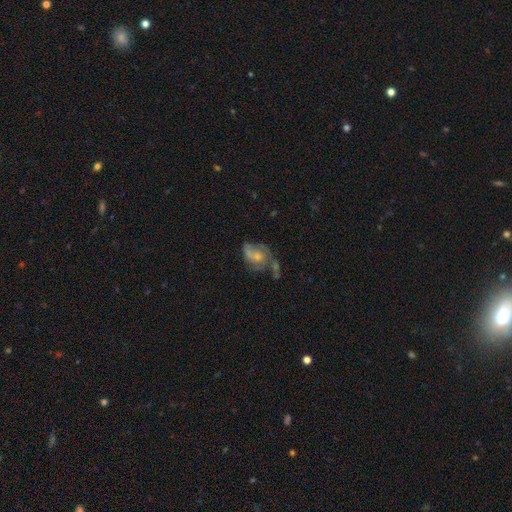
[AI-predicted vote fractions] The model was most divided on "bulge size": small: 44%, moderate: 40%, none: 10%, large: 5%, dominant: 2%. Remaining: edge-on disk — no (97%); bar — no (76%); spiral arms — yes (71%); smooth or featured — featured or disk (60%); merging — none (32%).